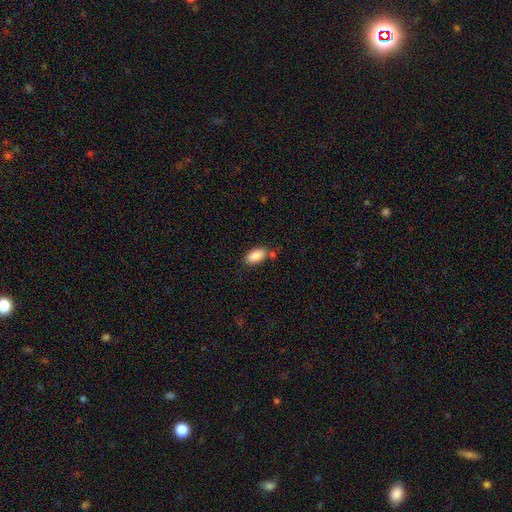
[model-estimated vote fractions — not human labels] Q: Smooth or featured?
A: smooth (87%); runner-up: star or artifact (7%)
Q: How rounded?
A: in between (92%); runner-up: cigar-shaped (5%)
Q: Merging?
A: none (72%); runner-up: minor disturbance (15%)